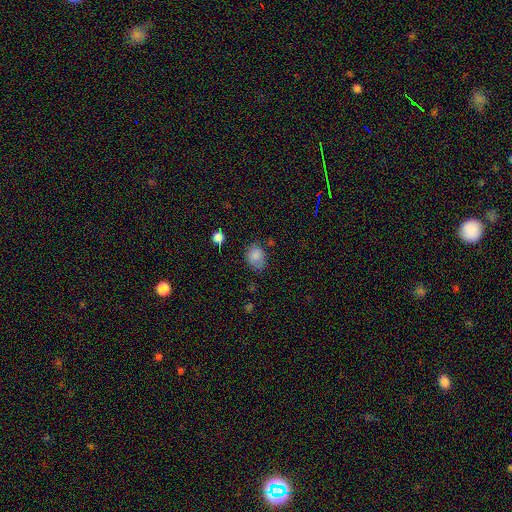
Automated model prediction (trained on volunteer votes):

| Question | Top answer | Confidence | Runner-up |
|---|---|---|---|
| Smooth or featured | smooth | 84% | star or artifact (10%) |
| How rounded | in between | 64% | round (35%) |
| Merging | none | 67% | minor disturbance (24%) |